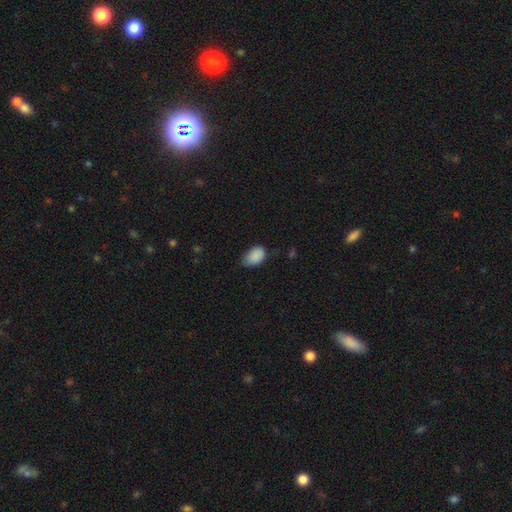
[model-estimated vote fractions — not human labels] Morphology: type=smooth (88%); roundness=in between (88%); merging=none (54%).